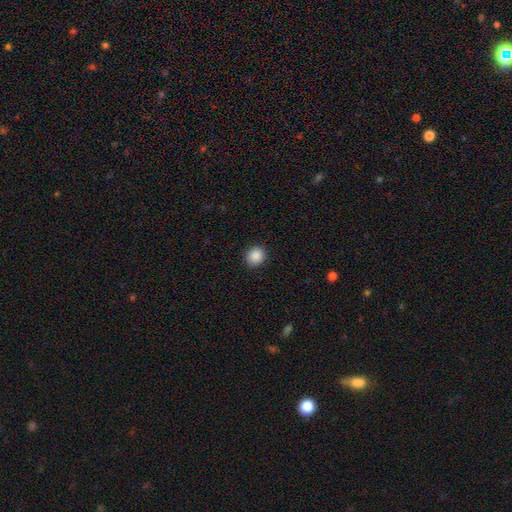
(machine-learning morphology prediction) This is clearly a smooth galaxy (89%). How rounded: clearly round (80%). Merging: clearly none (90%).